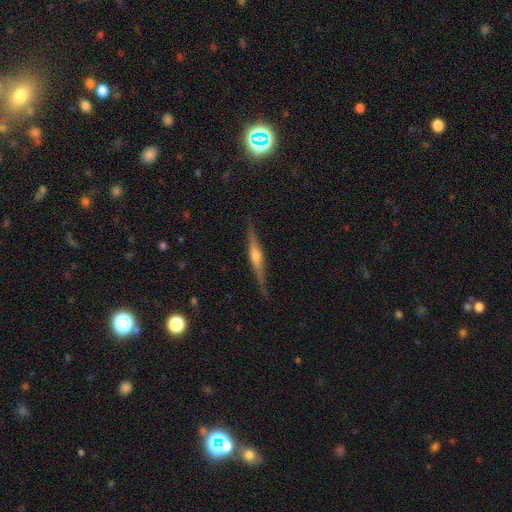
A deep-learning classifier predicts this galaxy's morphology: Smooth or featured? featured or disk (79%)
Edge-on disk? yes (98%)
Edge-on bulge? rounded (84%)
Merging? none (86%)